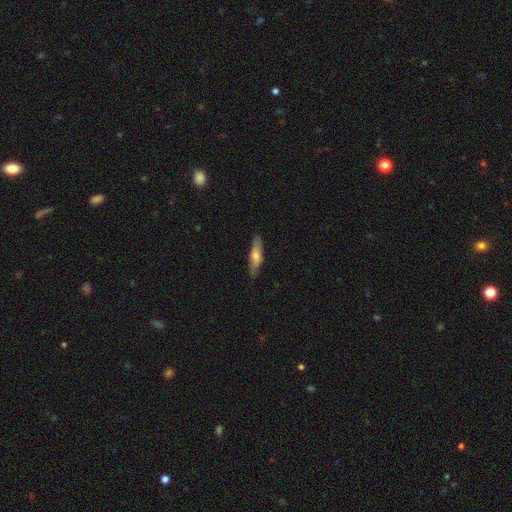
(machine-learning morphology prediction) This appears to be a smooth galaxy with no disk features (56%) that is cigar-shaped (66%). Merging: none (82%).